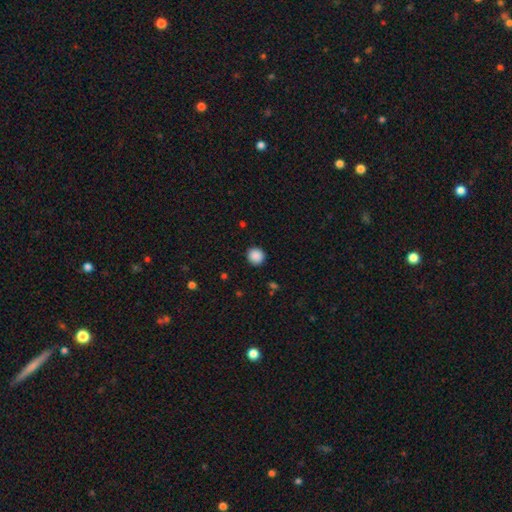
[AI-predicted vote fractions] Smooth or featured? Predicted: smooth (p=0.88). How rounded? Predicted: round (p=0.92). Merging? Predicted: none (p=0.92).